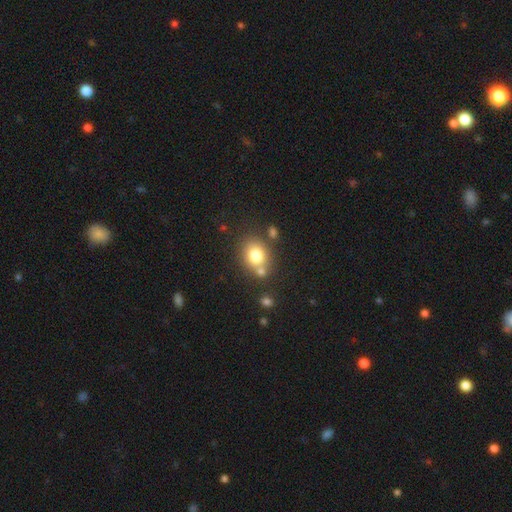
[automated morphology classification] Overall: smooth (77%). How rounded: round (59%; in between 40%). Merging: none (65%).